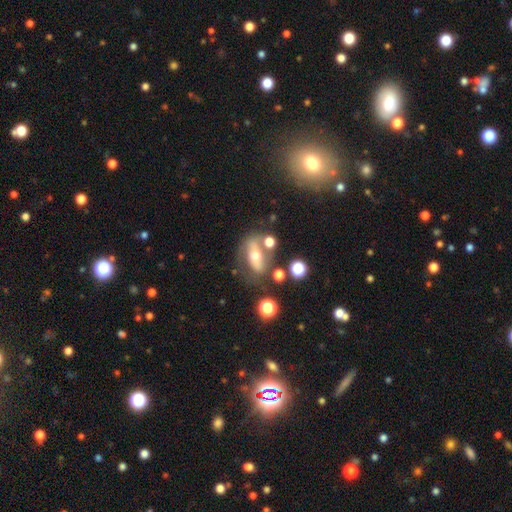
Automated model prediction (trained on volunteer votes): A featured or disk galaxy (53%).

Vote fractions:
- Smooth or featured? featured or disk: 53% / smooth: 37% / star or artifact: 10%
- Edge-on disk? no: 73% / yes: 27%
- Merging? none: 58% / minor disturbance: 17% / merger: 13% / major disturbance: 12%